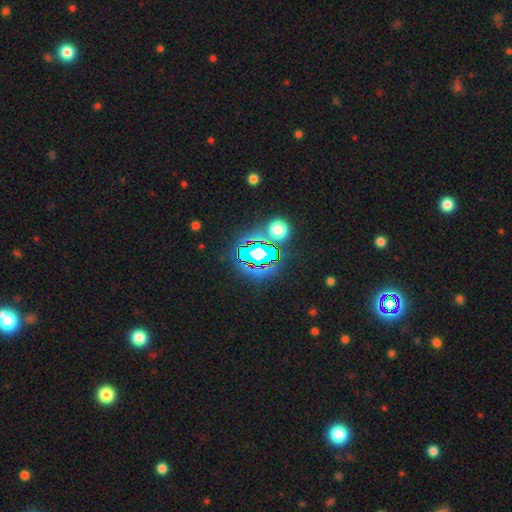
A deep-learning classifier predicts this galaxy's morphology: Smooth or featured? star or artifact (79%)